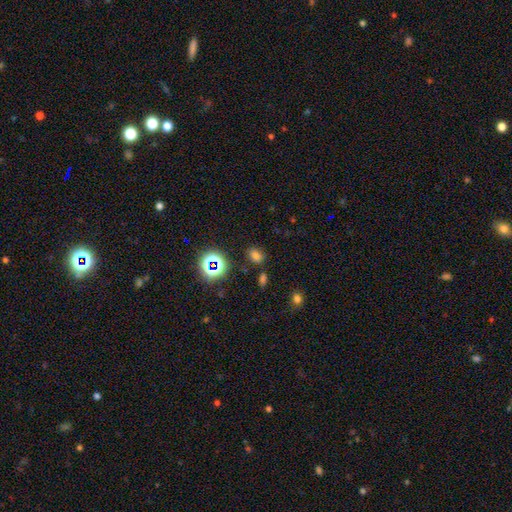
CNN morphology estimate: Smooth or featured? Predicted: smooth (p=0.65). How rounded? Predicted: in between (p=0.73). Merging? Predicted: none (p=0.77).